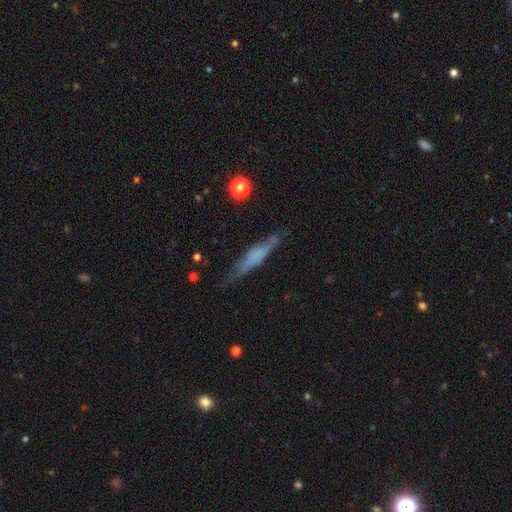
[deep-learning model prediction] A featured or disk galaxy (47%). Merging: none (72%).